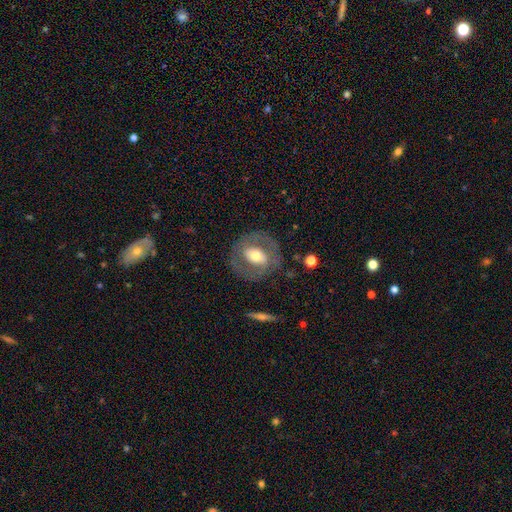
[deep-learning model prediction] smooth_or_featured: featured or disk (p=0.58) [alt: smooth p=0.36]
disk_edge_on: no (p=0.94) [alt: yes p=0.06]
bar: no (p=0.49) [alt: weak p=0.29]
has_spiral_arms: no (p=0.64) [alt: yes p=0.36]
bulge_size: moderate (p=0.64) [alt: large p=0.20]
merging: none (p=0.76) [alt: minor disturbance p=0.13]